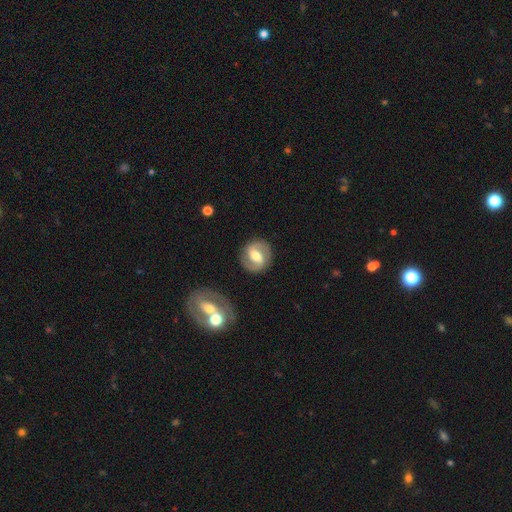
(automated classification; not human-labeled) This appears to be a featured or disk galaxy (73%) with a weak bar (42%), 2 (90%) medium (48%) spiral arms (85%) and a moderate central bulge (70%). Merging: none (86%).